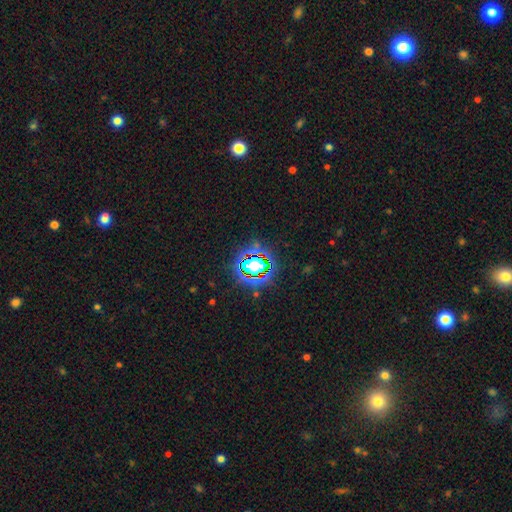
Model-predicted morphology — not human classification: star or artifact 80%, smooth 12%, featured or disk 8%.